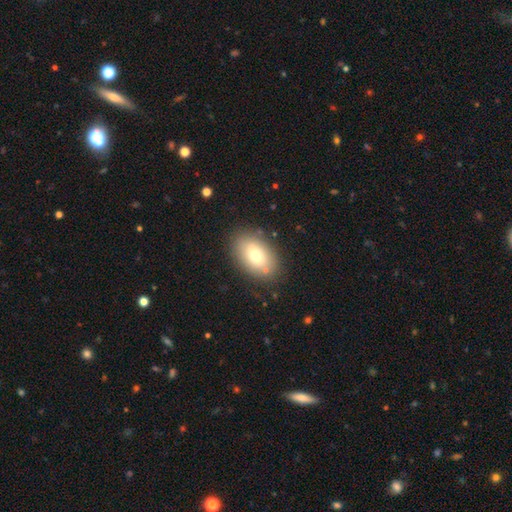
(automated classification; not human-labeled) This appears to be a smooth galaxy with no disk features (73%) that is in between round and cigar-shaped (89%). Merging: none (82%).